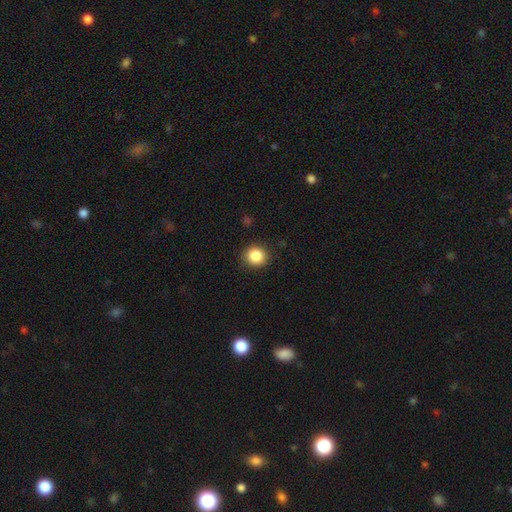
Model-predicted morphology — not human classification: This is clearly a smooth galaxy (86%). How rounded: clearly round (87%). Merging: clearly none (90%).